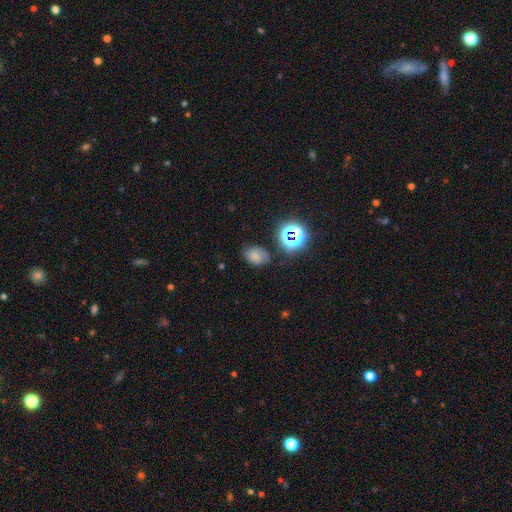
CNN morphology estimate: smooth 55%, featured or disk 23%, star or artifact 23%. Down the decision tree: how rounded — in between (74%); merging — none (64%).